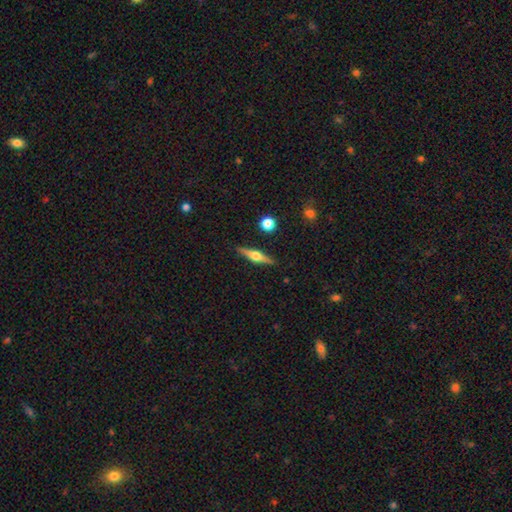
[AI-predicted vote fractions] This appears to be a featured or disk galaxy (73%) viewed edge-on (98%) with a rounded central bulge (95%). Merging: none (90%).